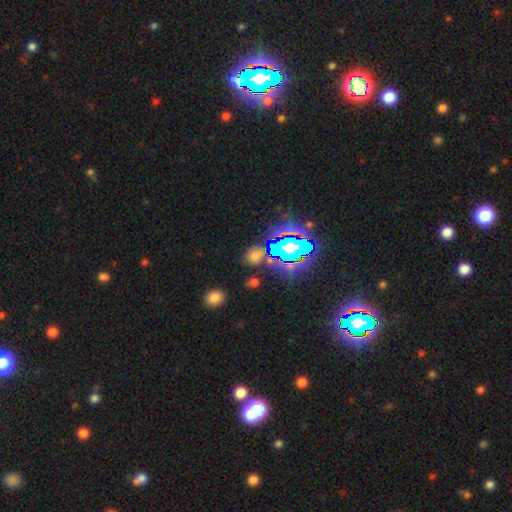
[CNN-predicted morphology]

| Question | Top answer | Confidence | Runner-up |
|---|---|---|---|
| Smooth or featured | star or artifact | 47% | smooth (39%) |